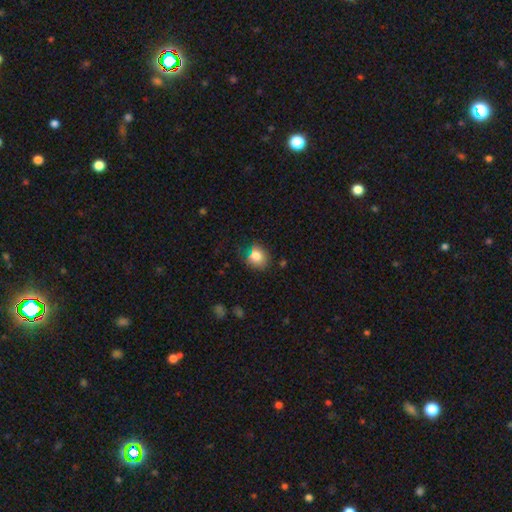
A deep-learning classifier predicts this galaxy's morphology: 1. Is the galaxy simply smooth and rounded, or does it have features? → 81% smooth, 10% star or artifact, 9% featured or disk.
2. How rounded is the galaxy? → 63% round, 36% in between, 1% cigar-shaped.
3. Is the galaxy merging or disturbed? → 66% none, 23% minor disturbance, 6% major disturbance, 5% merger.